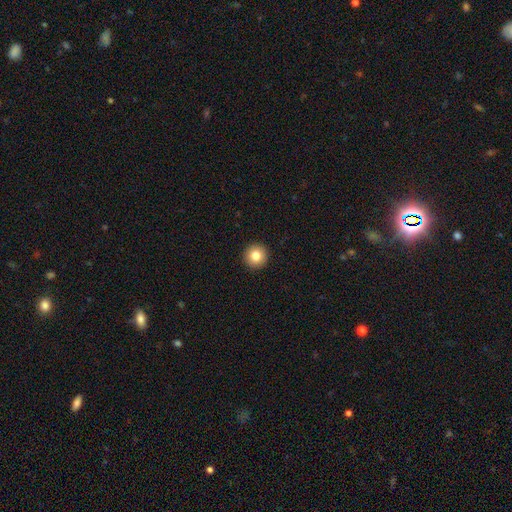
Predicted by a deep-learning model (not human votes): smooth 82%, star or artifact 10%, featured or disk 8%. Down the decision tree: how rounded — round (96%); merging — none (94%).